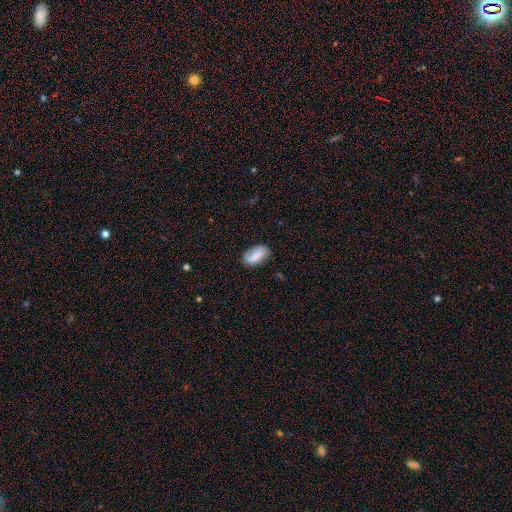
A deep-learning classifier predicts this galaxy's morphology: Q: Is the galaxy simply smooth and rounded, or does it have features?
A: smooth — 80%.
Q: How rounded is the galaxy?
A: in between — 92%.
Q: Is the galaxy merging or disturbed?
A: none — 74%.